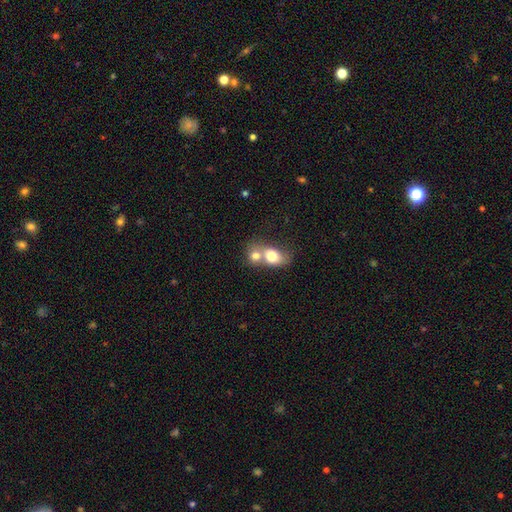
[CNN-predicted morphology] The model was most divided on "how rounded": round: 50%, in between: 49%, cigar-shaped: 1%. More confident: smooth or featured — smooth (74%); merging — merger (71%).